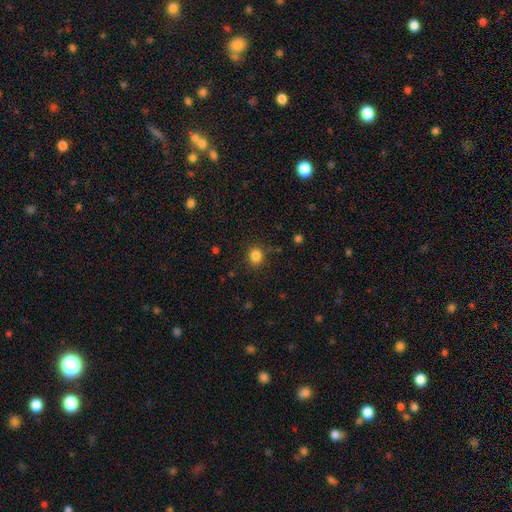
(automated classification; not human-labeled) A smooth galaxy with no disk features (83%) that is round (82%).

Vote fractions:
- Smooth or featured? smooth: 83% / star or artifact: 12% / featured or disk: 4%
- How rounded? round: 82% / in between: 17% / cigar-shaped: 1%
- Merging? none: 86% / minor disturbance: 9% / major disturbance: 3% / merger: 2%